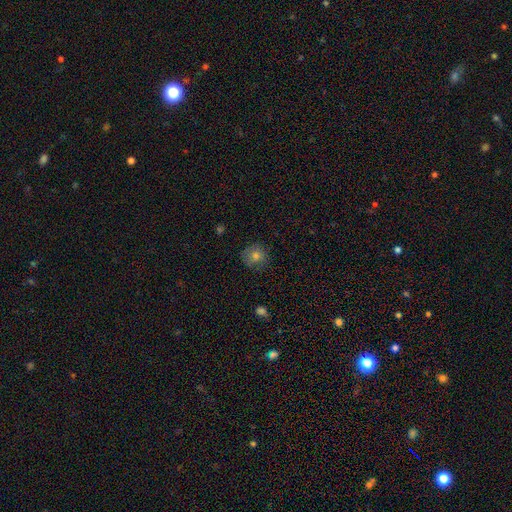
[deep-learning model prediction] Q: Smooth or featured?
A: smooth (74%); runner-up: featured or disk (14%)
Q: How rounded?
A: round (90%); runner-up: in between (9%)
Q: Merging?
A: none (81%); runner-up: minor disturbance (14%)